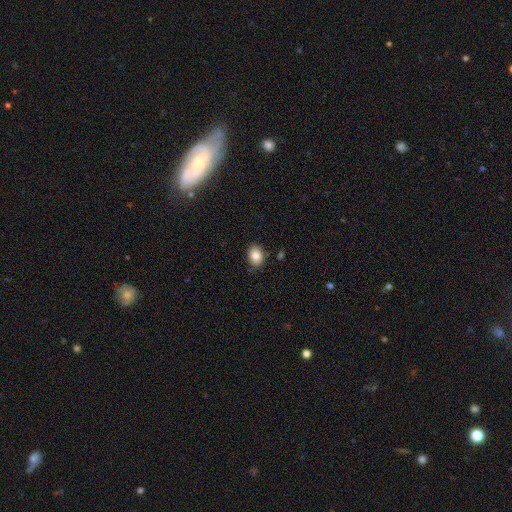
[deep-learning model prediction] A smooth galaxy with no disk features (84%) that is in between round and cigar-shaped (71%).

Vote fractions:
- Smooth or featured? smooth: 84% / star or artifact: 8% / featured or disk: 8%
- How rounded? in between: 71% / round: 28% / cigar-shaped: 1%
- Merging? none: 83% / minor disturbance: 12% / merger: 2% / major disturbance: 2%